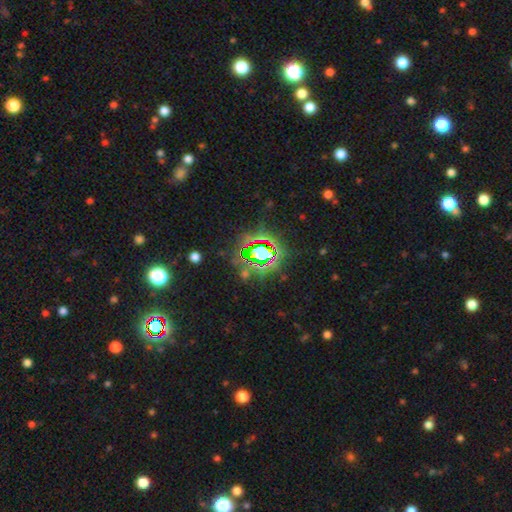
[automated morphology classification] Smooth or featured? star or artifact (80%)